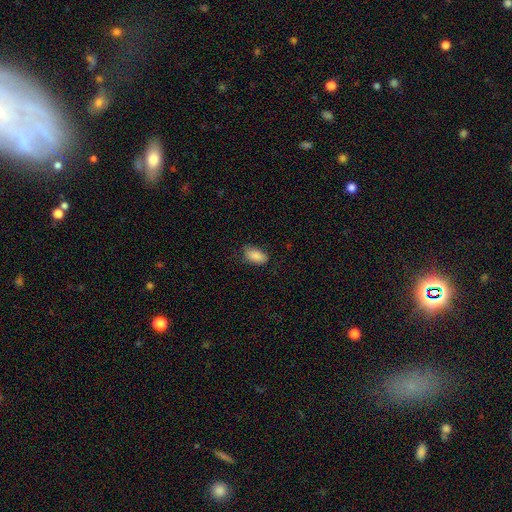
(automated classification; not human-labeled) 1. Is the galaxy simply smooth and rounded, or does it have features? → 87% smooth, 7% star or artifact, 6% featured or disk.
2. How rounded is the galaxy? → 93% in between, 4% round, 3% cigar-shaped.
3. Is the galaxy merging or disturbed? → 77% none, 18% minor disturbance, 4% major disturbance, 1% merger.